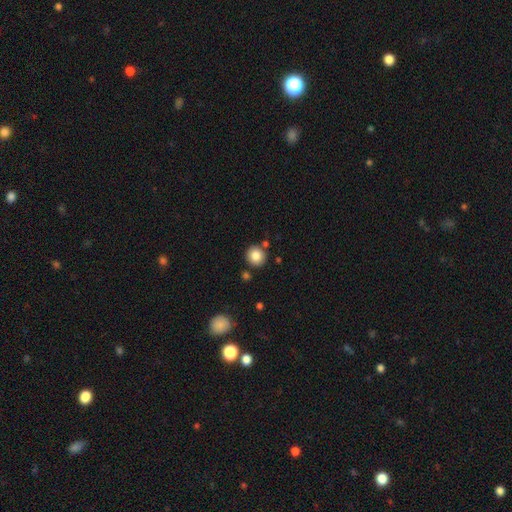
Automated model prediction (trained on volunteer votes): Smooth or featured? Predicted: smooth (p=0.84). How rounded? Predicted: round (p=0.91). Merging? Predicted: none (p=0.83).